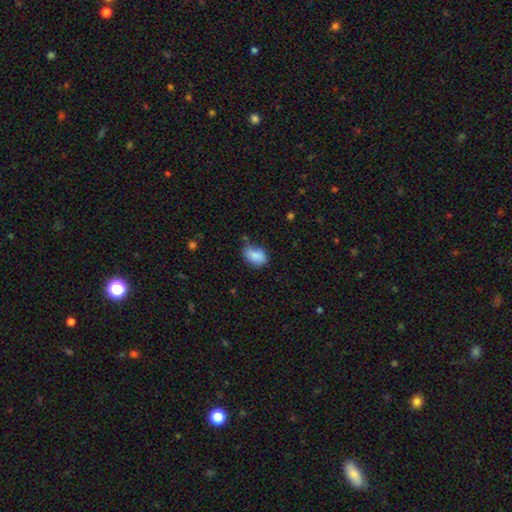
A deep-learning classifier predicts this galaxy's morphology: Q: Smooth or featured?
A: smooth (84%); runner-up: star or artifact (8%)
Q: How rounded?
A: in between (84%); runner-up: round (15%)
Q: Merging?
A: none (56%); runner-up: minor disturbance (31%)